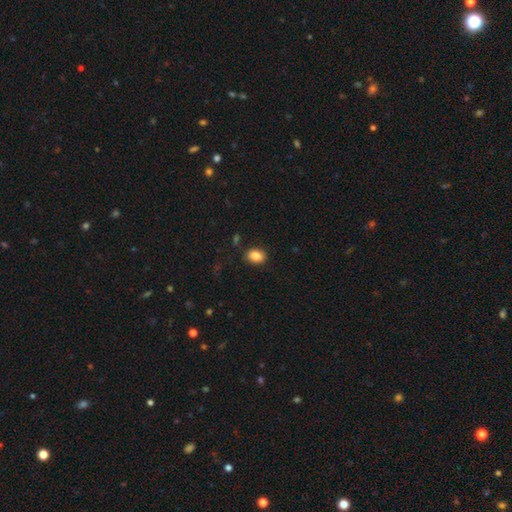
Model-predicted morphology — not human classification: The model was most divided on "how rounded": in between: 70%, round: 29%, cigar-shaped: 1%. More confident: smooth or featured — smooth (87%); merging — none (85%).